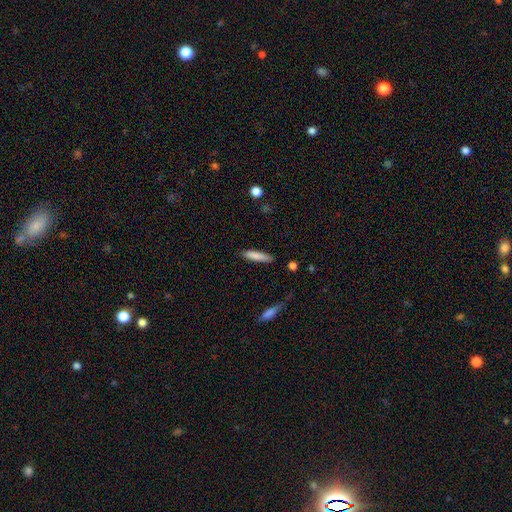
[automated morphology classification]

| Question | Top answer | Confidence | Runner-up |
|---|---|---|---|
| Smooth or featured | smooth | 82% | featured or disk (12%) |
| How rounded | cigar-shaped | 83% | in between (16%) |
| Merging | none | 84% | minor disturbance (12%) |